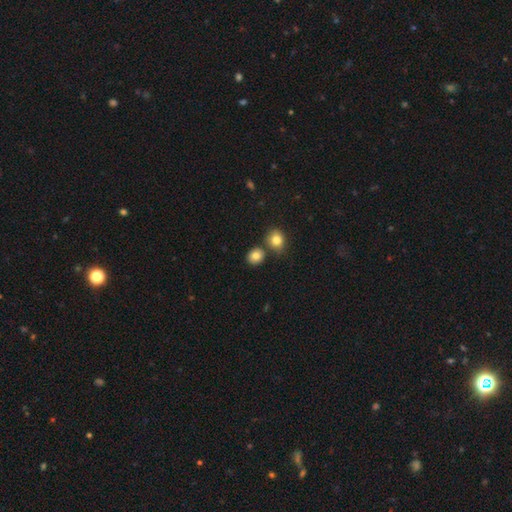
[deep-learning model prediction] smooth-or-featured: smooth: 83% | star or artifact: 10% | featured or disk: 7%
  how-rounded: round: 73% | in between: 26% | cigar-shaped: 1%
  merging: none: 72% | merger: 16% | minor disturbance: 9% | major disturbance: 3%